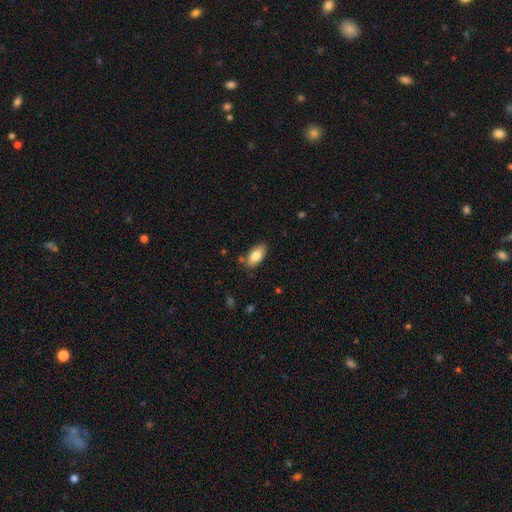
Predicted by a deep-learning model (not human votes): Q: Smooth or featured?
A: smooth (82%); runner-up: featured or disk (11%)
Q: How rounded?
A: in between (91%); runner-up: cigar-shaped (6%)
Q: Merging?
A: none (81%); runner-up: minor disturbance (13%)